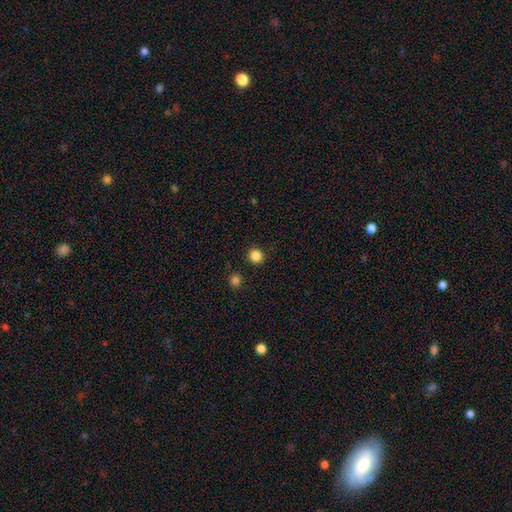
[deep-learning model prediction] smooth-or-featured: smooth: 85% | star or artifact: 12% | featured or disk: 3%
  how-rounded: round: 93% | in between: 6% | cigar-shaped: 1%
  merging: none: 91% | minor disturbance: 5% | merger: 2% | major disturbance: 2%